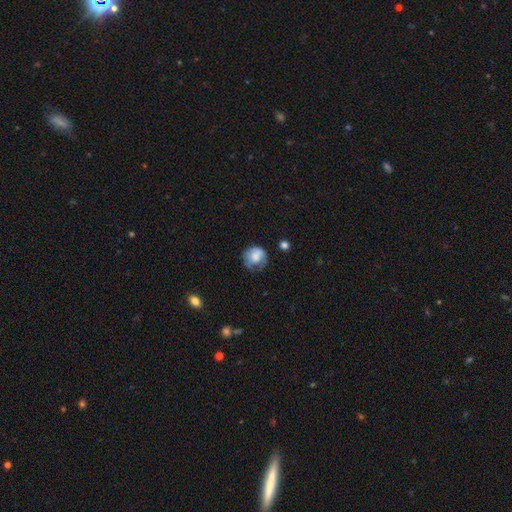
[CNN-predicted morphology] Smooth or featured? Predicted: smooth (p=0.72). How rounded? Predicted: round (p=0.80). Merging? Predicted: none (p=0.51).